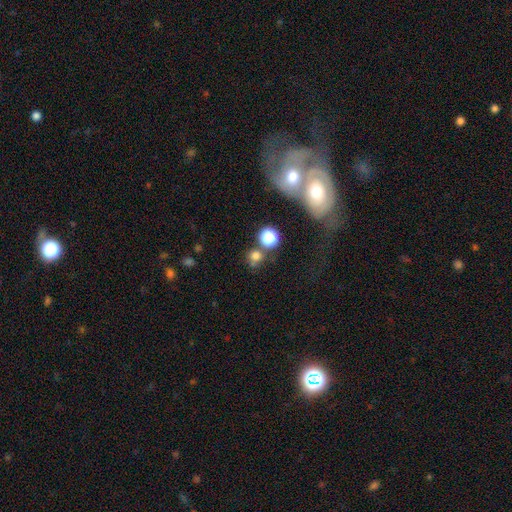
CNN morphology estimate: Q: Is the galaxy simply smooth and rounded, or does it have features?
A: smooth — 70%.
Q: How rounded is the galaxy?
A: round — 86%.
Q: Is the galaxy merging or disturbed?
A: none — 65%.